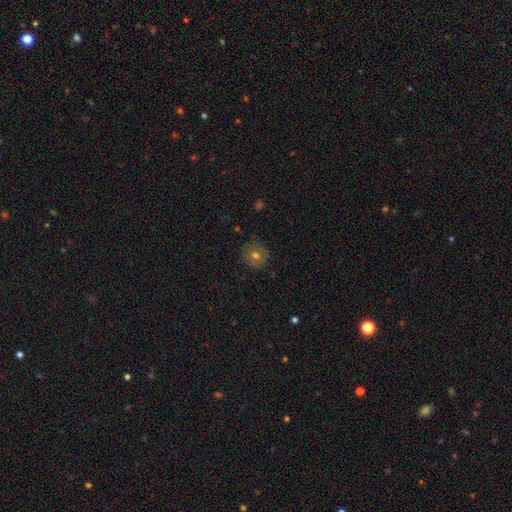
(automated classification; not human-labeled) Q: Smooth or featured?
A: smooth (66%); runner-up: featured or disk (20%)
Q: How rounded?
A: round (93%); runner-up: in between (6%)
Q: Merging?
A: none (84%); runner-up: minor disturbance (12%)